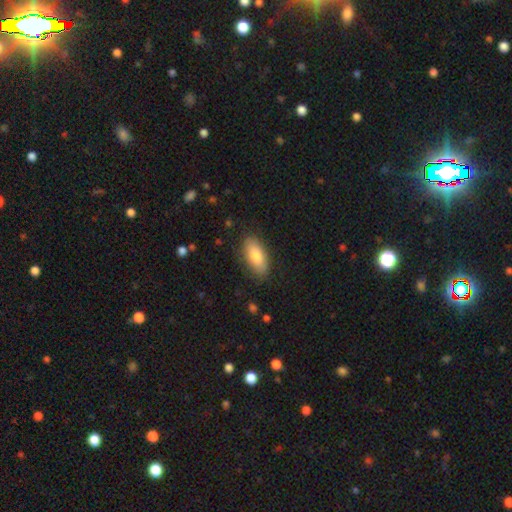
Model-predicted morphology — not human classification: smooth 80%, featured or disk 14%, star or artifact 6%. Down the decision tree: how rounded — in between (87%); merging — none (84%).